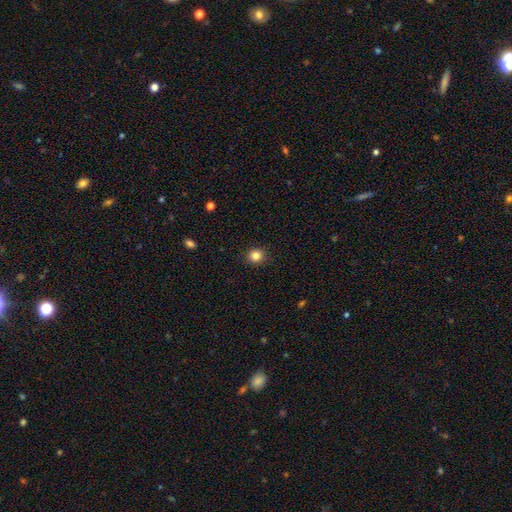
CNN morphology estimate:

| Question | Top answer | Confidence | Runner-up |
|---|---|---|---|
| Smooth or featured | smooth | 84% | star or artifact (12%) |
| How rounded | round | 86% | in between (13%) |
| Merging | none | 91% | minor disturbance (7%) |